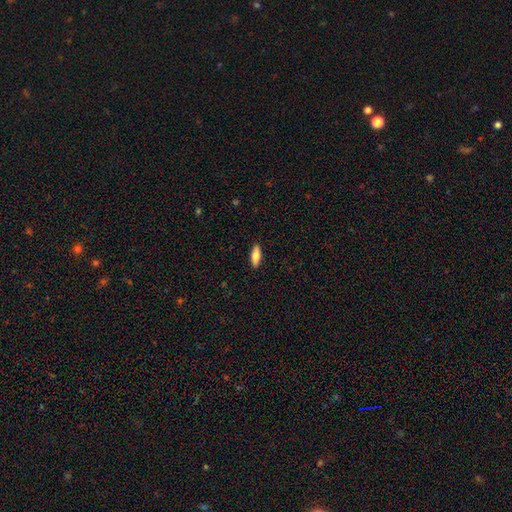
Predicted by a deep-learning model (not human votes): A smooth galaxy with no disk features (76%) that is in between round and cigar-shaped (66%).

Vote fractions:
- Smooth or featured? smooth: 76% / featured or disk: 18% / star or artifact: 6%
- How rounded? in between: 66% / cigar-shaped: 31% / round: 2%
- Merging? none: 90% / minor disturbance: 7% / major disturbance: 2% / merger: 1%